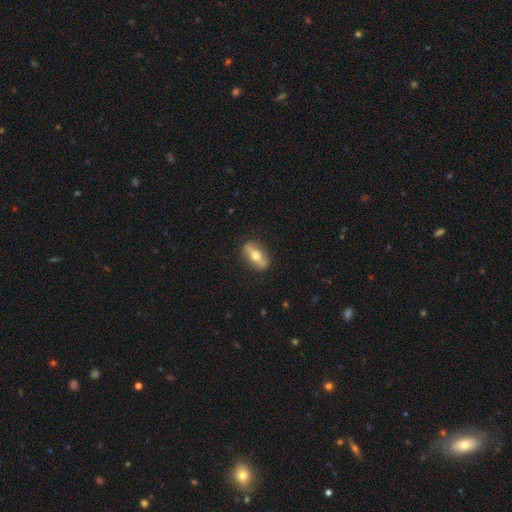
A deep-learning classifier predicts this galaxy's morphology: featured or disk 52%, smooth 41%, star or artifact 6%. Down the decision tree: edge-on disk — yes (61%); merging — none (86%).